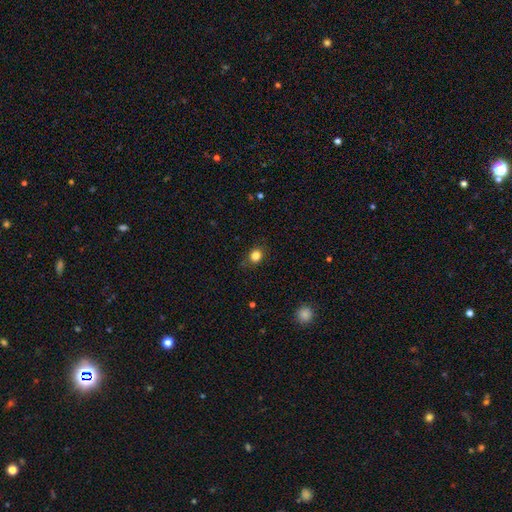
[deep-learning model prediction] smooth 83%, star or artifact 12%, featured or disk 5%. Down the decision tree: how rounded — round (67%); merging — none (82%).